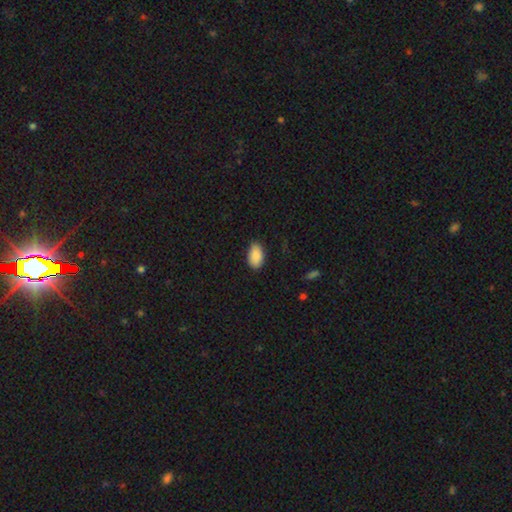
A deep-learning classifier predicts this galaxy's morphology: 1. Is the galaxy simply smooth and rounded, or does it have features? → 90% smooth, 7% star or artifact, 3% featured or disk.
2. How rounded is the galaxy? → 94% in between, 4% round, 2% cigar-shaped.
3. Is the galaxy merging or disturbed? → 83% none, 14% minor disturbance, 3% major disturbance, 1% merger.